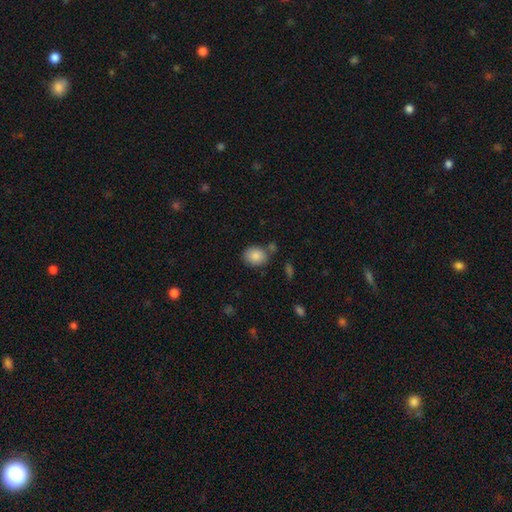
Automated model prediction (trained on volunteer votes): Smooth or featured? smooth (86%)
How rounded? round (51%)
Merging? none (71%)